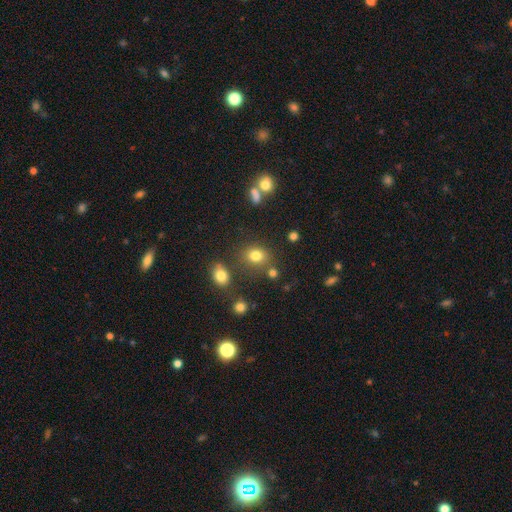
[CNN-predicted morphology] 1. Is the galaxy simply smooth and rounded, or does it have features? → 78% smooth, 15% star or artifact, 7% featured or disk.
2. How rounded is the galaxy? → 62% round, 36% in between, 1% cigar-shaped.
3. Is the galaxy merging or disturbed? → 73% none, 13% minor disturbance, 9% merger, 5% major disturbance.